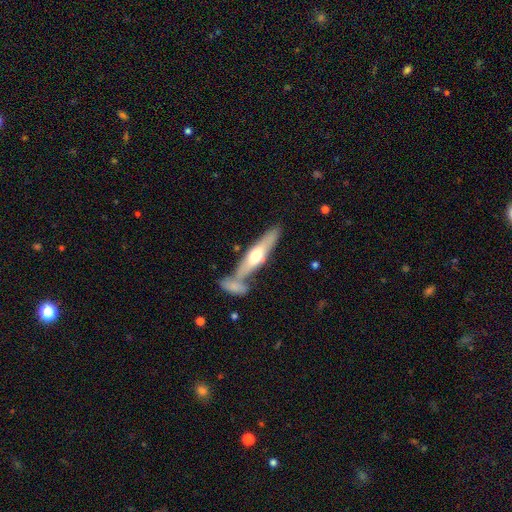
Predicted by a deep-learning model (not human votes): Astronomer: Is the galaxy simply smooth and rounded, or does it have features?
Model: featured or disk — 49% (runner-up: smooth, 46%).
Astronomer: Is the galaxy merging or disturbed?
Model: none — 57%.